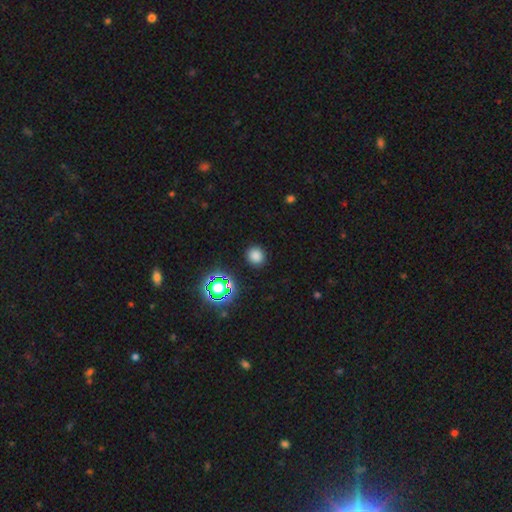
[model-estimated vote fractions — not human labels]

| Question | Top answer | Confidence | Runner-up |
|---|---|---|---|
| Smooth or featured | smooth | 76% | star or artifact (19%) |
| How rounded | round | 82% | in between (17%) |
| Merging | none | 89% | minor disturbance (7%) |